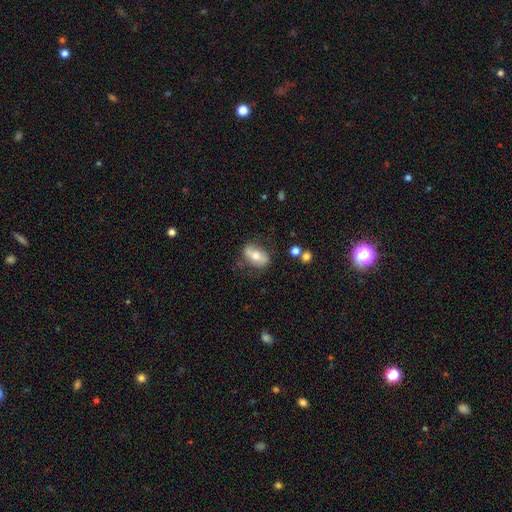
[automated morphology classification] smooth 48%, featured or disk 44%, star or artifact 7%. Down the decision tree: merging — none (69%).